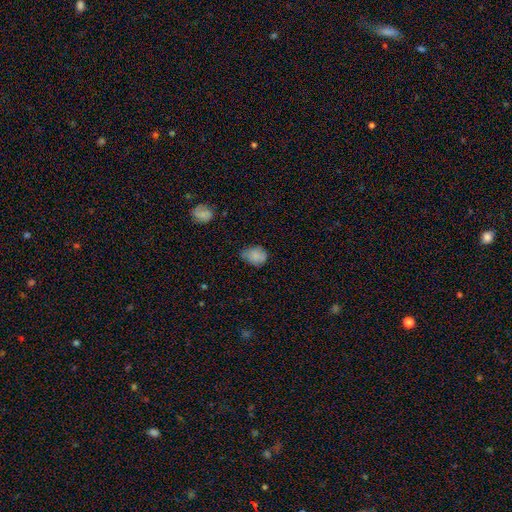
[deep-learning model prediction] Q: Smooth or featured?
A: smooth (81%); runner-up: featured or disk (10%)
Q: How rounded?
A: in between (64%); runner-up: round (35%)
Q: Merging?
A: none (56%); runner-up: minor disturbance (35%)